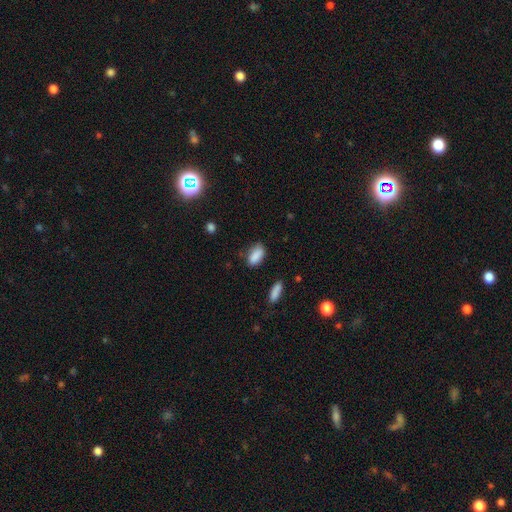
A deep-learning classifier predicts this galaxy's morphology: Q: Smooth or featured?
A: smooth (87%); runner-up: star or artifact (8%)
Q: How rounded?
A: in between (89%); runner-up: cigar-shaped (7%)
Q: Merging?
A: none (72%); runner-up: minor disturbance (20%)